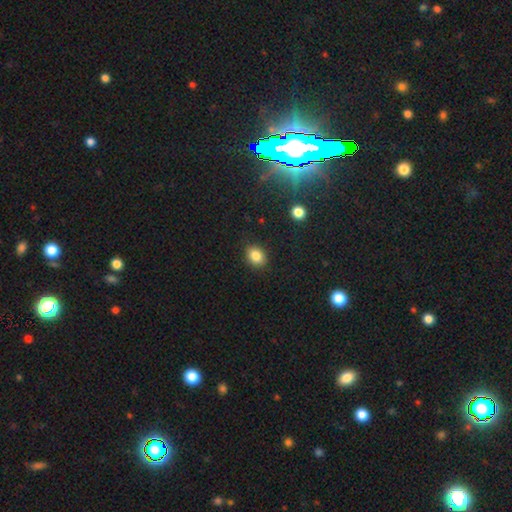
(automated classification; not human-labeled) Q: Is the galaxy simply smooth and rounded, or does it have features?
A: smooth — 84%.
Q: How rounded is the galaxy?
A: in between — 53%.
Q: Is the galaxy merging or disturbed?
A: none — 88%.